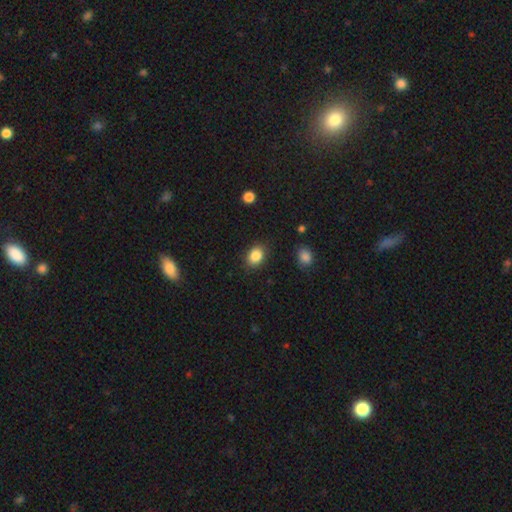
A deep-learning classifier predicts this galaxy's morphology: type=smooth (86%); roundness=in between (65%); merging=none (85%).